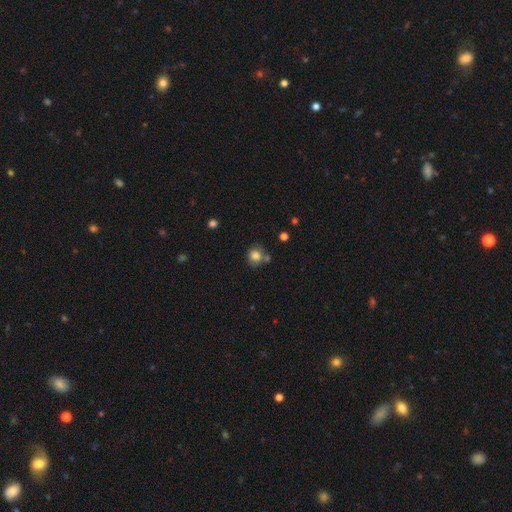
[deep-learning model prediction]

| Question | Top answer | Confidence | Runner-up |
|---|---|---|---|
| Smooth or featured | smooth | 80% | star or artifact (10%) |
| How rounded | round | 82% | in between (17%) |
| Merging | none | 64% | minor disturbance (16%) |